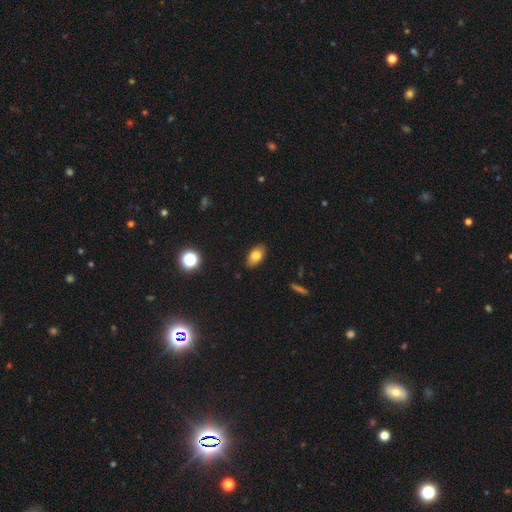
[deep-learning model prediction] Smooth or featured? Predicted: smooth (p=0.79). How rounded? Predicted: in between (p=0.90). Merging? Predicted: none (p=0.87).